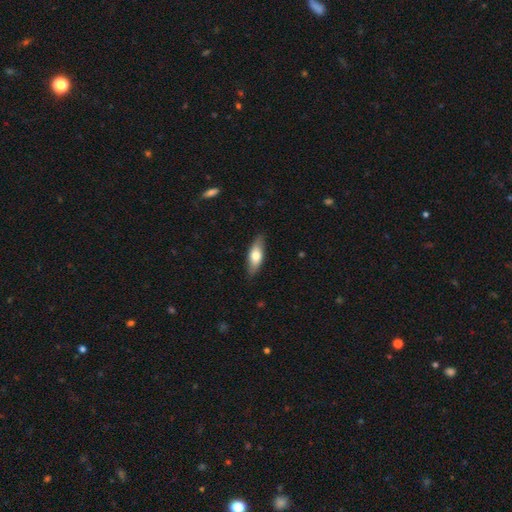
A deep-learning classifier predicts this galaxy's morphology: Overall: smooth (66%; featured or disk 29%). How rounded: in between (64%; cigar-shaped 33%). Merging: none (85%).